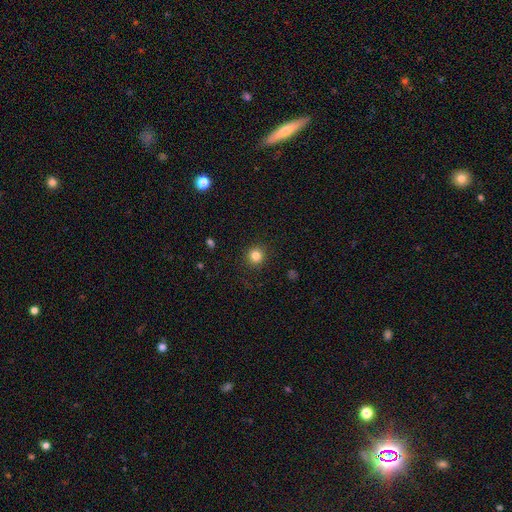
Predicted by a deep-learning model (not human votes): Smooth or featured? Predicted: smooth (p=0.83). How rounded? Predicted: round (p=0.93). Merging? Predicted: none (p=0.91).